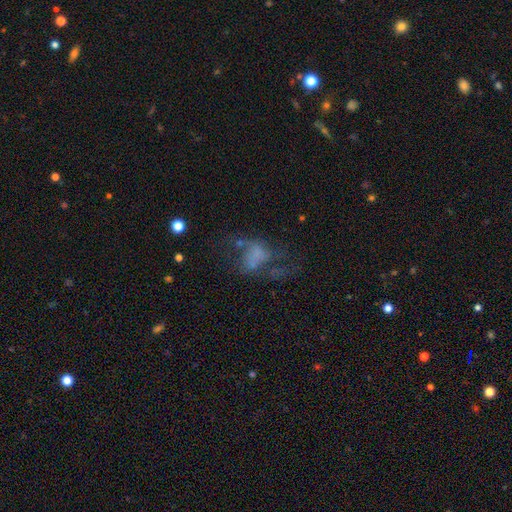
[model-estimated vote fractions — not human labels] Smooth or featured? Predicted: featured or disk (p=0.46). Merging? Predicted: major disturbance (p=0.46).